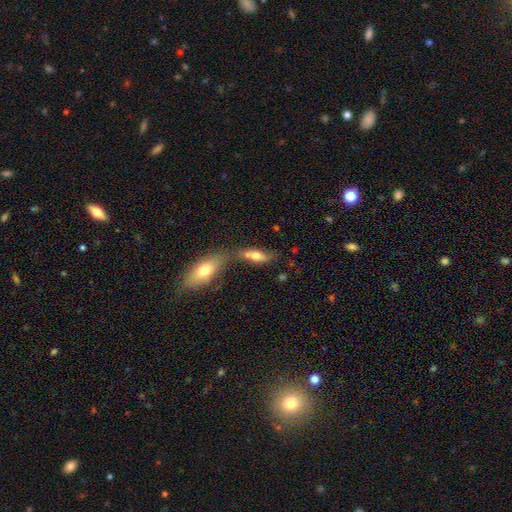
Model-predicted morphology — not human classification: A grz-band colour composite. It shows a smooth galaxy with no disk features (64%) that is in between round and cigar-shaped (72%). Merging: merger (52%).